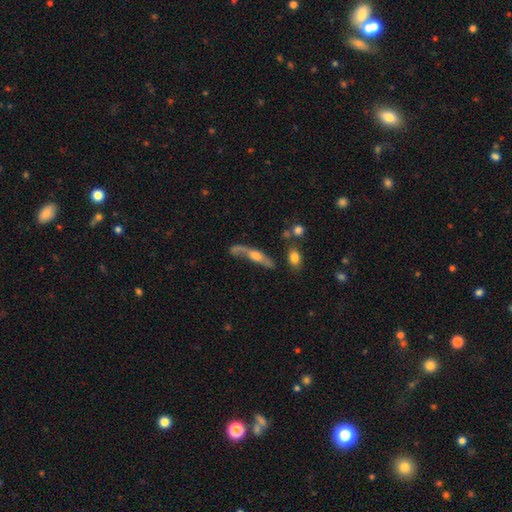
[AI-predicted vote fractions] Overall: featured or disk (64%; smooth 28%). Edge-on disk: yes (59%; no 41%). Merging: none (43%; major disturbance 25%).